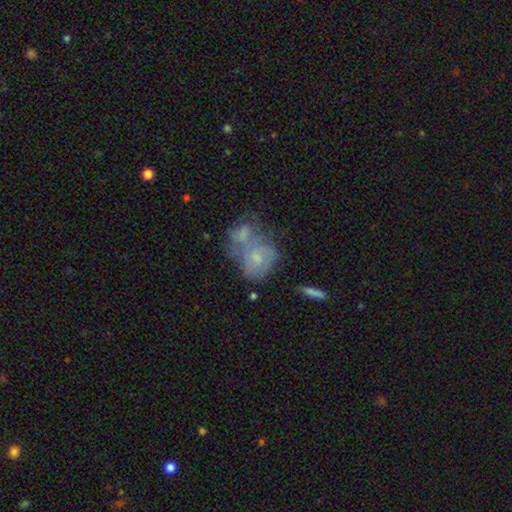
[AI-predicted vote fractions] This appears to be a smooth galaxy with no disk features (46%). Merging: merger (53%).